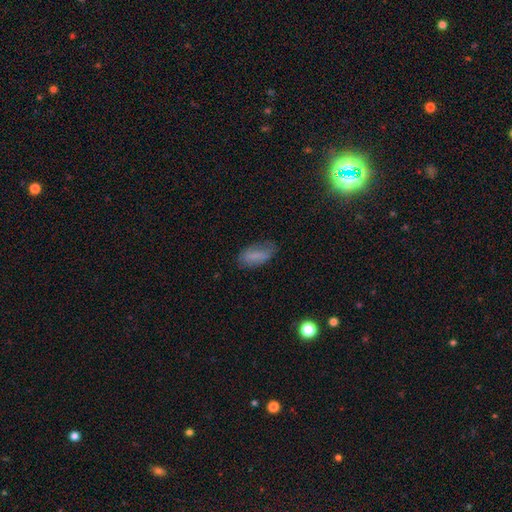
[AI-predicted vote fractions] Smooth or featured: smooth — 77% (featured or disk — 13%)
How rounded: in between — 87% (cigar-shaped — 10%)
Merging: none — 67% (minor disturbance — 24%)